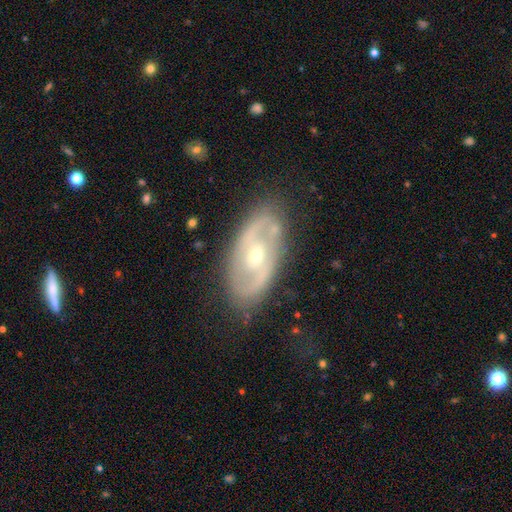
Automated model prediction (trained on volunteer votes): smooth_or_featured: featured or disk (p=0.78) [alt: smooth p=0.16]
disk_edge_on: no (p=0.92) [alt: yes p=0.08]
bar: no (p=0.55) [alt: weak p=0.31]
has_spiral_arms: yes (p=0.69) [alt: no p=0.31]
bulge_size: small (p=0.54) [alt: moderate p=0.43]
merging: none (p=0.79) [alt: minor disturbance p=0.14]